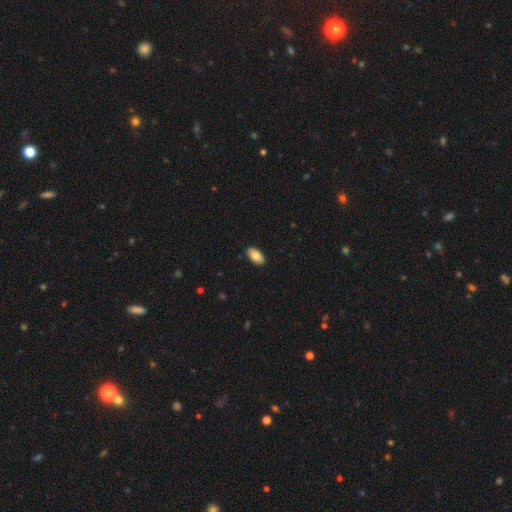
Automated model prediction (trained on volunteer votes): smooth_or_featured: smooth (p=0.80) [alt: featured or disk p=0.13]
how_rounded: in between (p=0.94) [alt: round p=0.04]
merging: none (p=0.89) [alt: minor disturbance p=0.08]